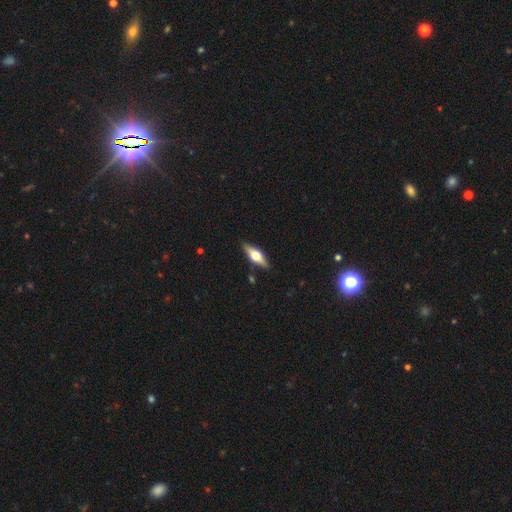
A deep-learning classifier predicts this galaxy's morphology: This appears to be a featured or disk galaxy (58%) viewed edge-on (93%) with a rounded central bulge (95%). Merging: none (87%).